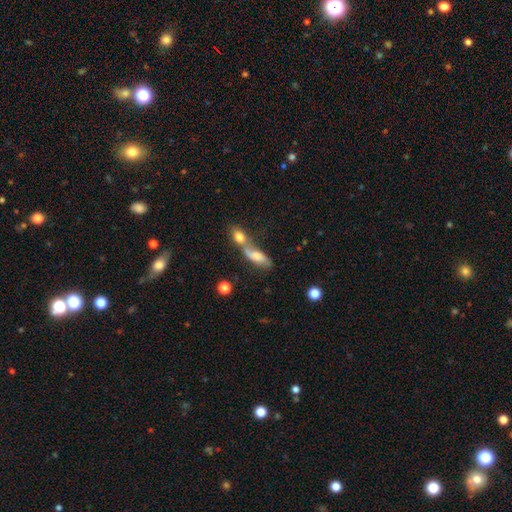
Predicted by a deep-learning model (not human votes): Smooth or featured?
  - smooth: 53% *
  - featured or disk: 36%
  - star or artifact: 11%
How rounded?
  - in between: 64% *
  - cigar-shaped: 29%
  - round: 7%
Merging?
  - merger: 64% *
  - none: 20%
  - minor disturbance: 9%
  - major disturbance: 7%